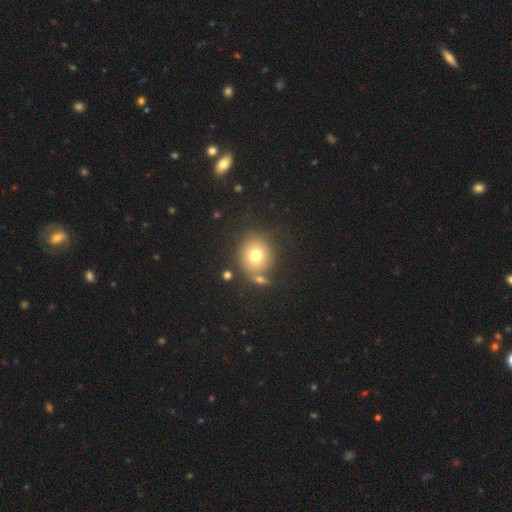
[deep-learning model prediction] smooth_or_featured: smooth (p=0.73) [alt: featured or disk p=0.15]
how_rounded: round (p=0.81) [alt: in between p=0.18]
merging: none (p=0.66) [alt: merger p=0.16]